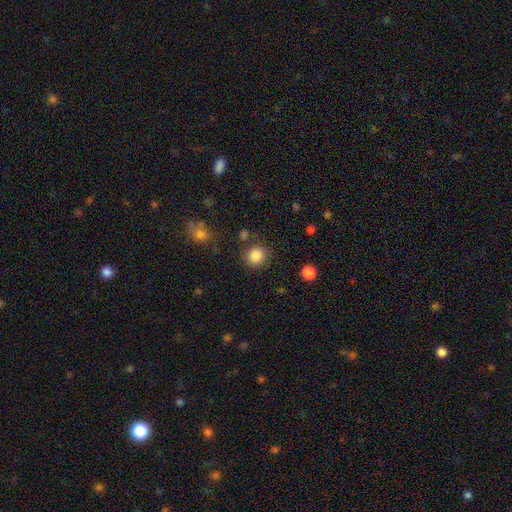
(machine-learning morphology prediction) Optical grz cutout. It shows a smooth galaxy with no disk features (86%) that is round (90%). Merging: none (84%).